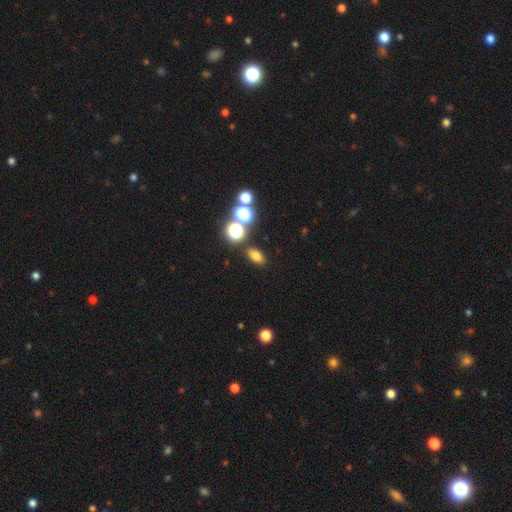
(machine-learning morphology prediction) A smooth galaxy with no disk features (72%) that is in between round and cigar-shaped (77%). Merging: none (84%).